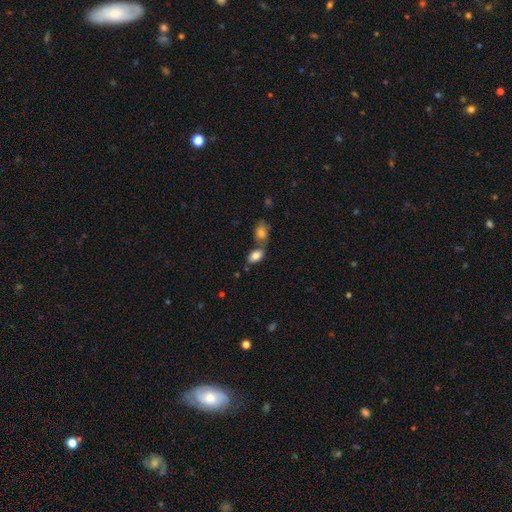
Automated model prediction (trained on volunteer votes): smooth 83%, featured or disk 8%, star or artifact 8%. Down the decision tree: how rounded — in between (90%); merging — none (47%).